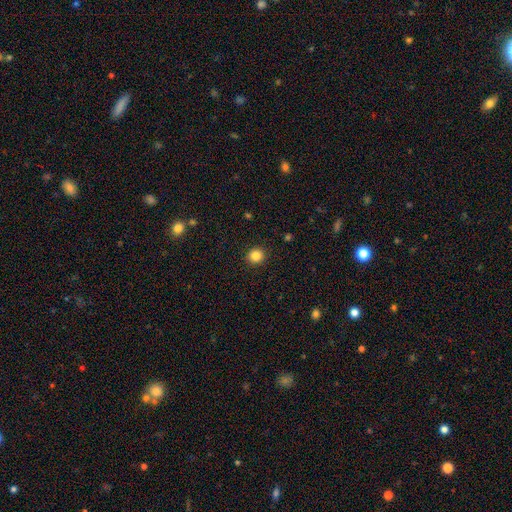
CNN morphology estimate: type=smooth (85%); roundness=round (89%); merging=none (92%).